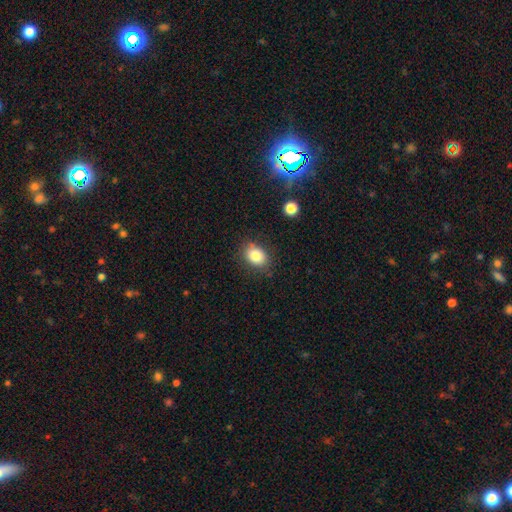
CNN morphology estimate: Q: Smooth or featured?
A: smooth (82%); runner-up: star or artifact (10%)
Q: How rounded?
A: in between (61%); runner-up: round (38%)
Q: Merging?
A: none (80%); runner-up: minor disturbance (14%)